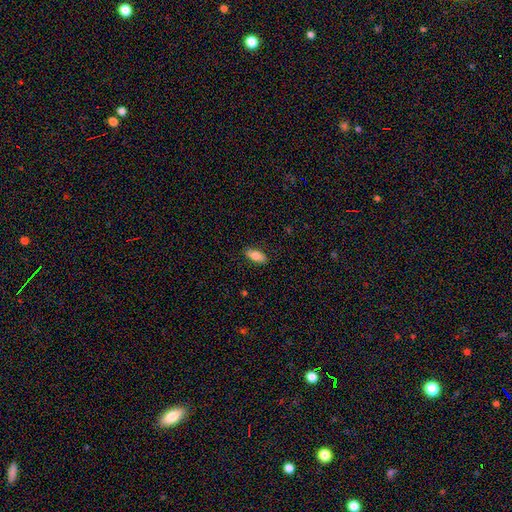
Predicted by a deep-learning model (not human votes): A smooth galaxy with no disk features (82%) that is in between round and cigar-shaped (86%).

Vote fractions:
- Smooth or featured? smooth: 82% / featured or disk: 12% / star or artifact: 6%
- How rounded? in between: 86% / cigar-shaped: 12% / round: 2%
- Merging? none: 88% / minor disturbance: 9% / major disturbance: 2% / merger: 1%